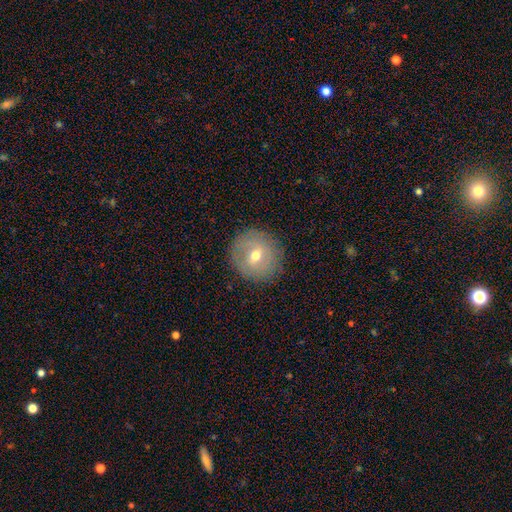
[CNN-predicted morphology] This is possibly a smooth galaxy (53%). How rounded: clearly round (93%). Merging: clearly none (87%).